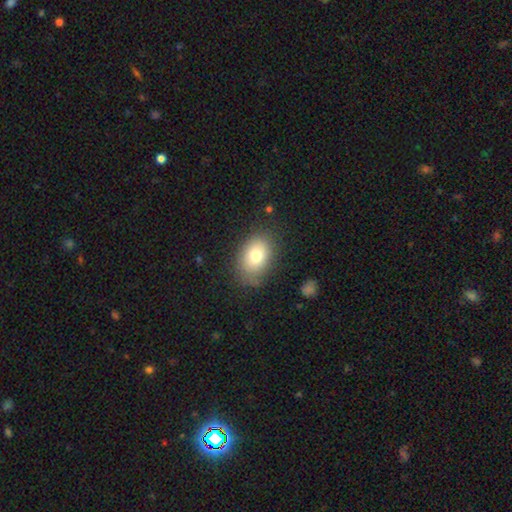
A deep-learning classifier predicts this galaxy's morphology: smooth_or_featured: smooth (p=0.76) [alt: featured or disk p=0.15]
how_rounded: in between (p=0.79) [alt: round p=0.20]
merging: none (p=0.76) [alt: minor disturbance p=0.17]